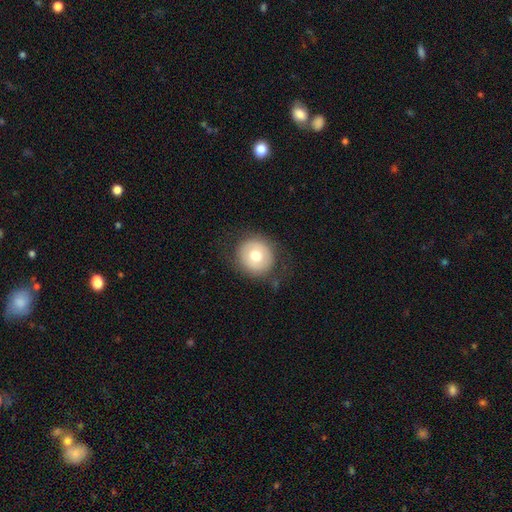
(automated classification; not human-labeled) Morphology: type=smooth (68%); roundness=round (93%); merging=none (84%).